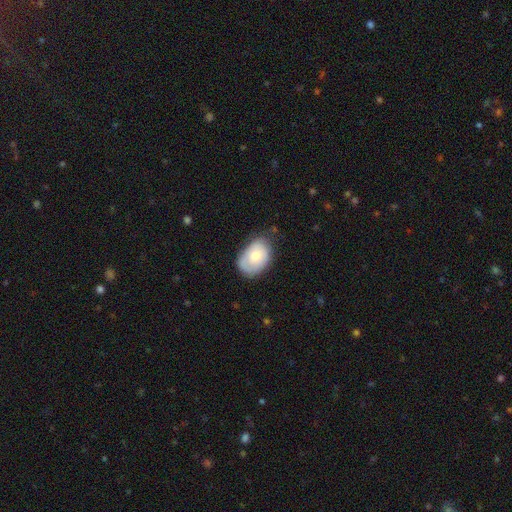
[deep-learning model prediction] A smooth galaxy with no disk features (65%) that is in between round and cigar-shaped (78%). Merging: none (60%).